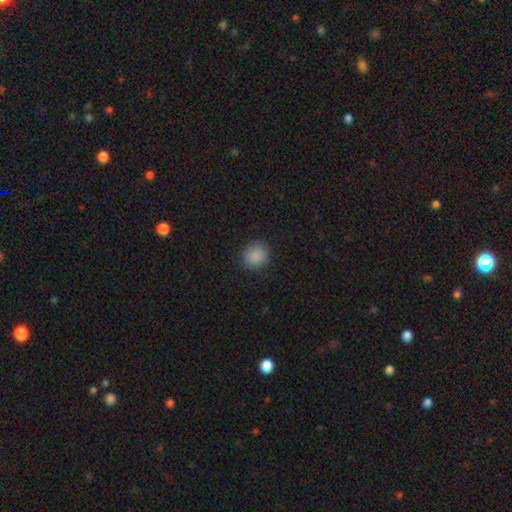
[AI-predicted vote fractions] smooth_or_featured: smooth (p=0.88) [alt: star or artifact p=0.09]
how_rounded: round (p=0.85) [alt: in between p=0.14]
merging: none (p=0.88) [alt: minor disturbance p=0.09]